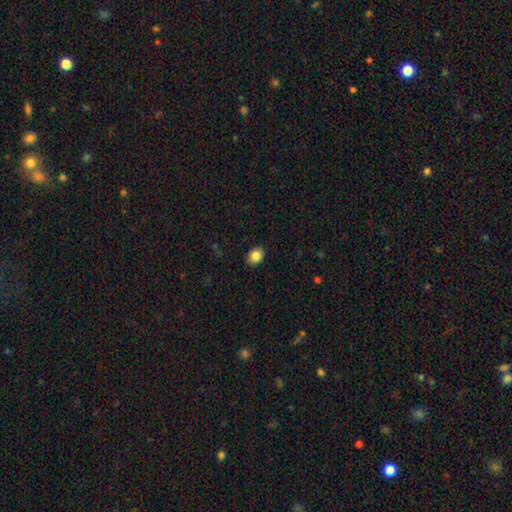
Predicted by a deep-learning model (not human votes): Morphology: type=smooth (85%); roundness=in between (65%); merging=none (88%).